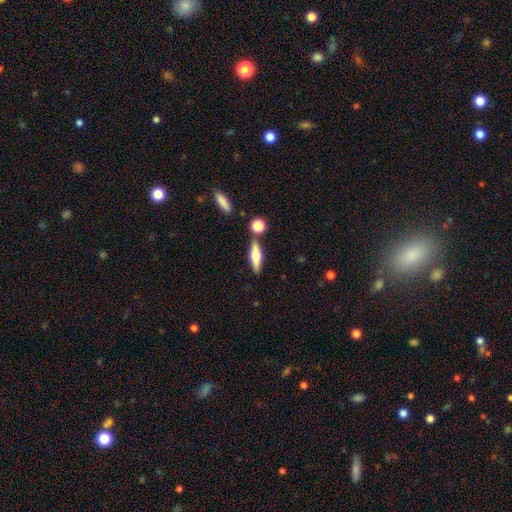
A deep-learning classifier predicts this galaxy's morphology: A smooth galaxy with no disk features (52%) that is cigar-shaped (61%). Merging: none (79%).